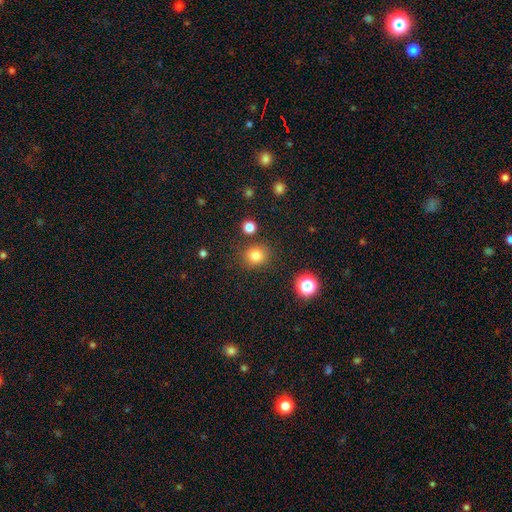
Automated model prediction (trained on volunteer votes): smooth-or-featured: smooth: 81% | star or artifact: 14% | featured or disk: 6%
  how-rounded: round: 81% | in between: 18% | cigar-shaped: 1%
  merging: none: 84% | minor disturbance: 9% | merger: 4% | major disturbance: 3%